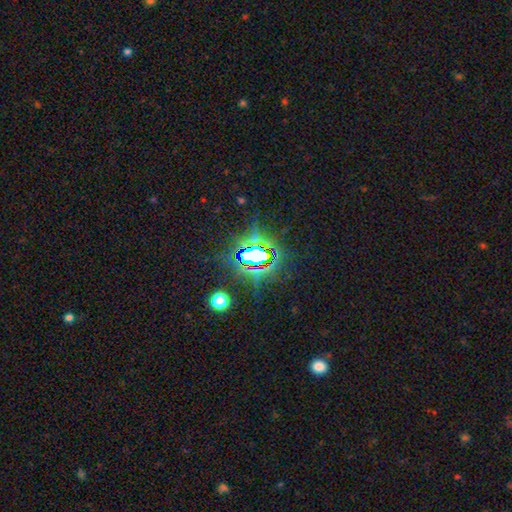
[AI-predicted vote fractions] This appears to be a star or artifact, not a galaxy (77%).